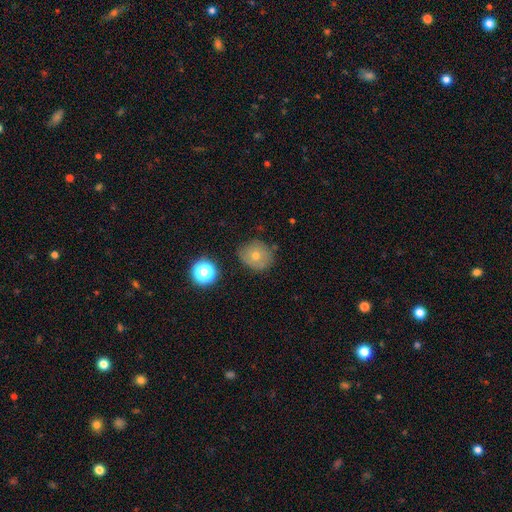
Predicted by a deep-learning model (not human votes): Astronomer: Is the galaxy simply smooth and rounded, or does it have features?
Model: smooth — 58%.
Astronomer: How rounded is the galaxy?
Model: round — 81%.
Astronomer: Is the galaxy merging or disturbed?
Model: none — 75%.